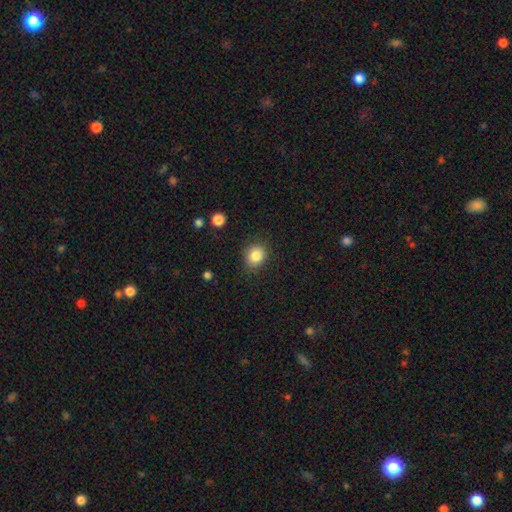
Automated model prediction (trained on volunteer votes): This is clearly a smooth galaxy (84%). How rounded: likely round (70%). Merging: clearly none (86%).